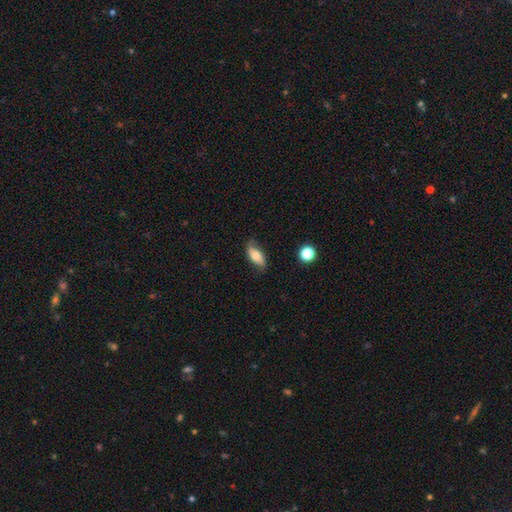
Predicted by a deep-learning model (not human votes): Smooth or featured? Predicted: smooth (p=0.65). How rounded? Predicted: in between (p=0.82). Merging? Predicted: none (p=0.75).